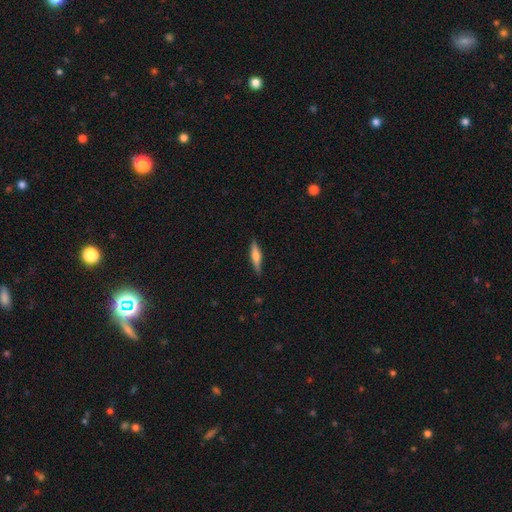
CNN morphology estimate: The model was most divided on "smooth or featured": smooth: 49%, featured or disk: 45%, star or artifact: 6%. More confident: merging — none (87%).